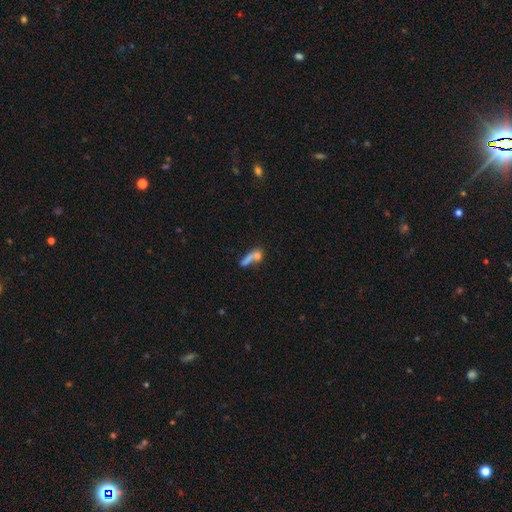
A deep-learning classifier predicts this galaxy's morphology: Smooth or featured? smooth (64%)
How rounded? cigar-shaped (46%)
Merging? merger (43%)